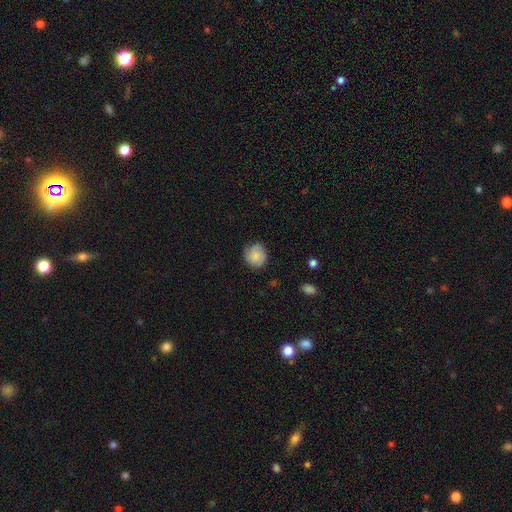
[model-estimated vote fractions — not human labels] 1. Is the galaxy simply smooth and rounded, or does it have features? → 80% smooth, 13% featured or disk, 7% star or artifact.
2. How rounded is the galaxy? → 85% round, 14% in between, 1% cigar-shaped.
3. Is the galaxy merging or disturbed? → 73% none, 22% minor disturbance, 4% major disturbance, 1% merger.